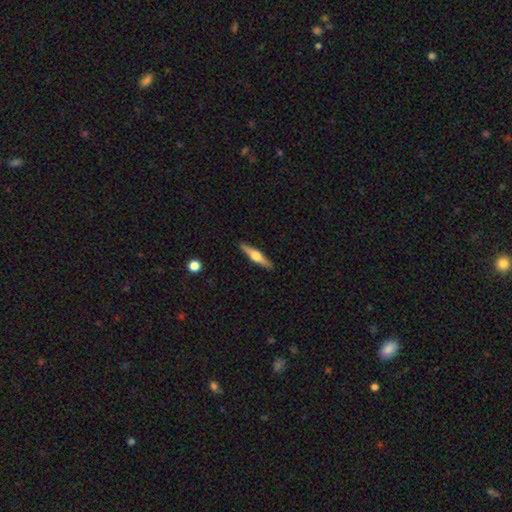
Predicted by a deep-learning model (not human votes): smooth_or_featured: featured or disk (p=0.63) [alt: smooth p=0.32]
disk_edge_on: yes (p=0.97) [alt: no p=0.03]
edge_on_bulge: rounded (p=0.93) [alt: boxy p=0.05]
merging: none (p=0.91) [alt: minor disturbance p=0.07]